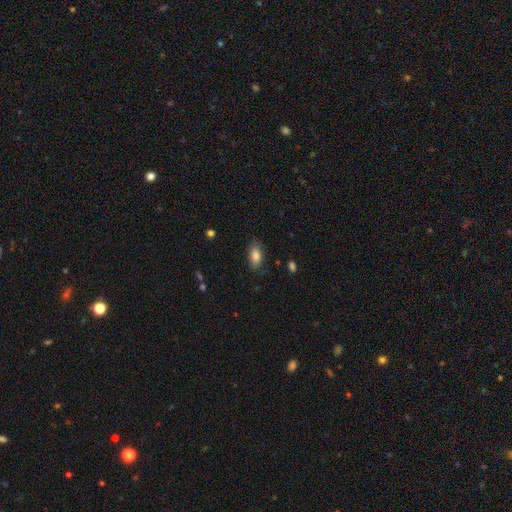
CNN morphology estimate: smooth_or_featured: smooth (p=0.84) [alt: featured or disk p=0.08]
how_rounded: in between (p=0.88) [alt: cigar-shaped p=0.08]
merging: none (p=0.80) [alt: minor disturbance p=0.15]